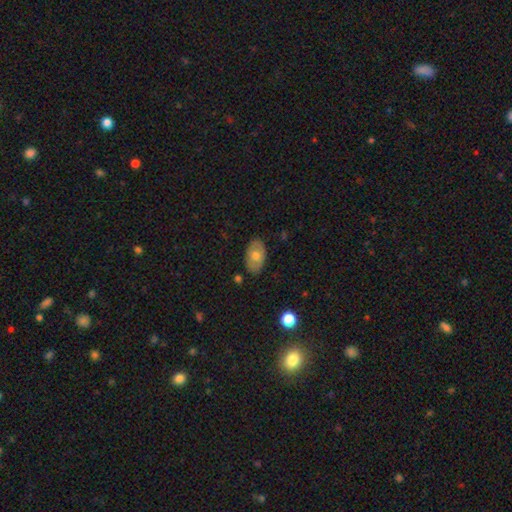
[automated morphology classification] Overall: smooth (57%; featured or disk 36%). How rounded: in between (90%). Merging: none (82%).